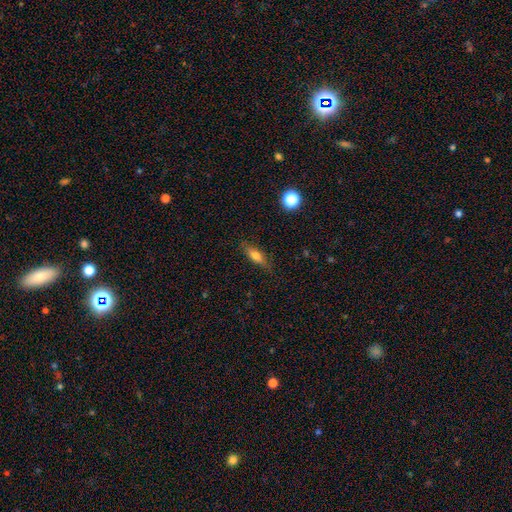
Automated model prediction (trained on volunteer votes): smooth_or_featured: smooth (p=0.66) [alt: featured or disk p=0.26]
how_rounded: in between (p=0.52) [alt: cigar-shaped p=0.44]
merging: none (p=0.82) [alt: minor disturbance p=0.13]